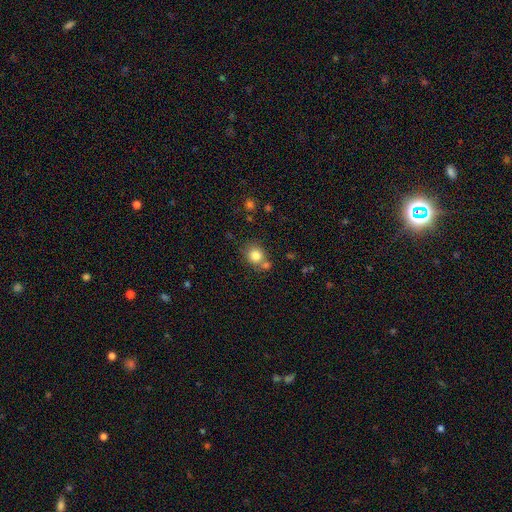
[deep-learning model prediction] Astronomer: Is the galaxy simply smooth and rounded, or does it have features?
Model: smooth — 82%.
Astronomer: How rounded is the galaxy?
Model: round — 80%.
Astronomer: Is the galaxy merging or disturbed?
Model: none — 63%.